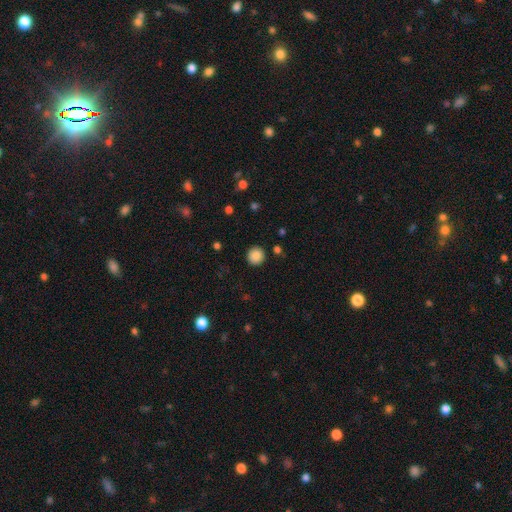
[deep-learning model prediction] smooth 87%, star or artifact 9%, featured or disk 3%. Down the decision tree: how rounded — round (94%); merging — none (91%).